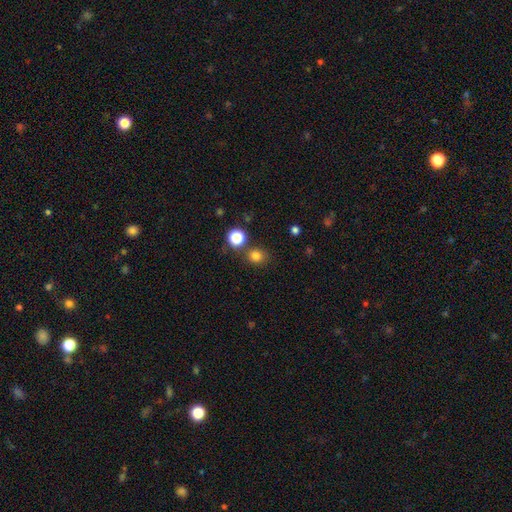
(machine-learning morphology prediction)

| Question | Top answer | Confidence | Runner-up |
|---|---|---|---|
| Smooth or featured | smooth | 79% | star or artifact (16%) |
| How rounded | round | 81% | in between (18%) |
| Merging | none | 77% | merger (10%) |